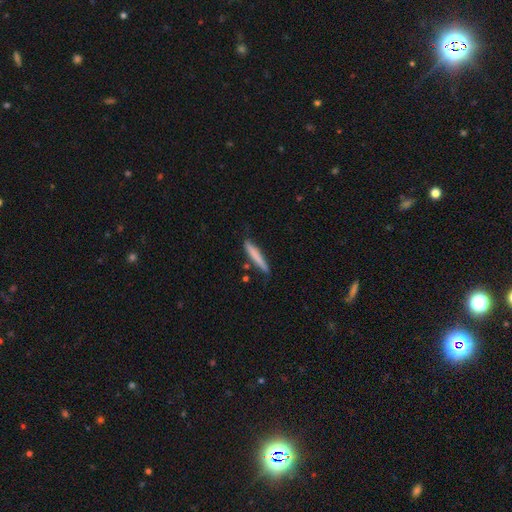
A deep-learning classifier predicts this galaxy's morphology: smooth-or-featured: smooth: 75% | featured or disk: 20% | star or artifact: 6%
  how-rounded: cigar-shaped: 94% | in between: 5% | round: 1%
  merging: none: 75% | minor disturbance: 18% | merger: 4% | major disturbance: 3%